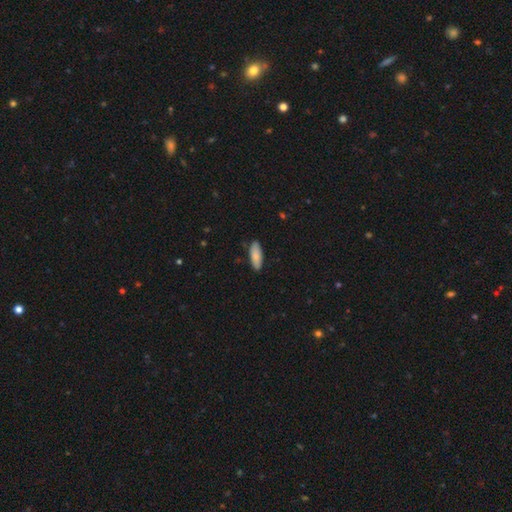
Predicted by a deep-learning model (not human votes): This is clearly a smooth galaxy (85%). How rounded: likely in between (67%). Merging: clearly none (87%).